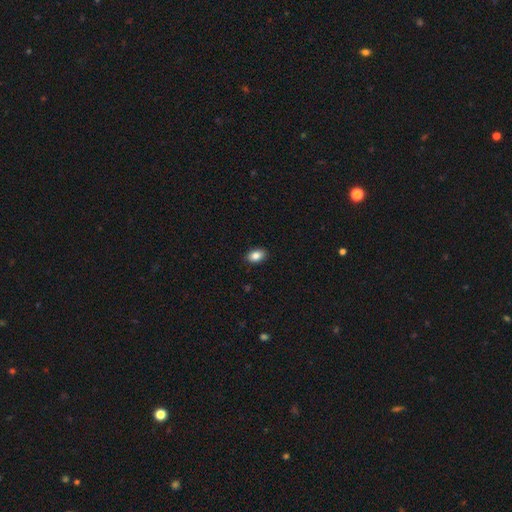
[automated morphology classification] Smooth or featured?
  - smooth: 86% *
  - star or artifact: 8%
  - featured or disk: 6%
How rounded?
  - in between: 86% *
  - round: 12%
  - cigar-shaped: 1%
Merging?
  - none: 89% *
  - minor disturbance: 8%
  - major disturbance: 2%
  - merger: 1%